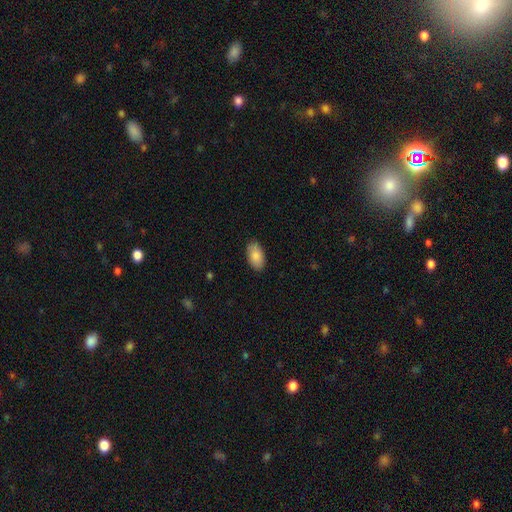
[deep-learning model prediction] Smooth or featured: smooth — 88% (featured or disk — 6%)
How rounded: in between — 95% (round — 3%)
Merging: none — 87% (minor disturbance — 10%)